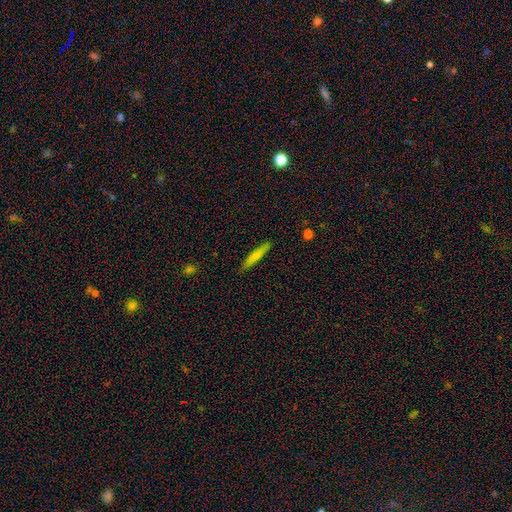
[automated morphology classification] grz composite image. It shows a smooth galaxy with no disk features (74%) that is cigar-shaped (93%). Merging: none (88%).